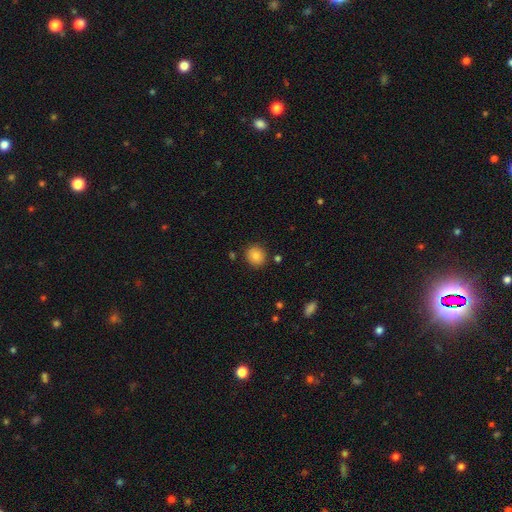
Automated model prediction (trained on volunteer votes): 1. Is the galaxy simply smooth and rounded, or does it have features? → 84% smooth, 10% star or artifact, 7% featured or disk.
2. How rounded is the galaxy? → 88% round, 11% in between, 1% cigar-shaped.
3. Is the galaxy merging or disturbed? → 87% none, 8% minor disturbance, 3% merger, 2% major disturbance.